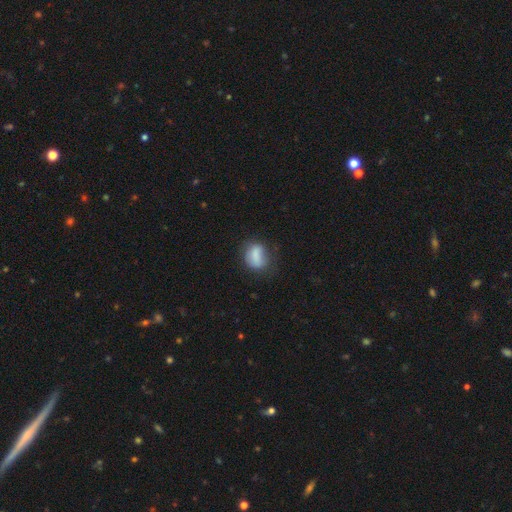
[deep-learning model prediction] Q: Smooth or featured?
A: smooth (79%); runner-up: featured or disk (13%)
Q: How rounded?
A: in between (70%); runner-up: round (27%)
Q: Merging?
A: none (57%); runner-up: minor disturbance (28%)